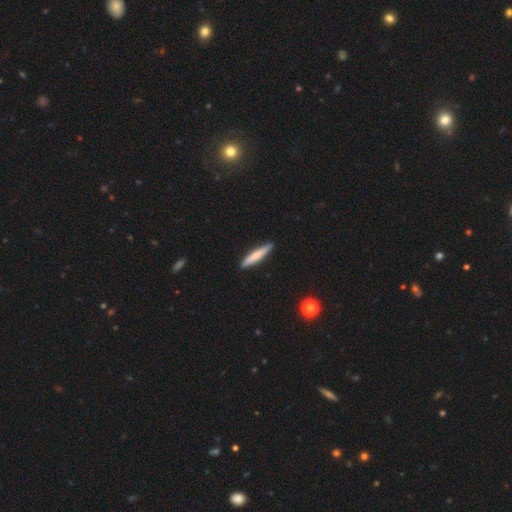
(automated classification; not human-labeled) smooth_or_featured: smooth (p=0.67) [alt: featured or disk p=0.27]
how_rounded: cigar-shaped (p=0.93) [alt: in between p=0.06]
merging: none (p=0.90) [alt: minor disturbance p=0.07]